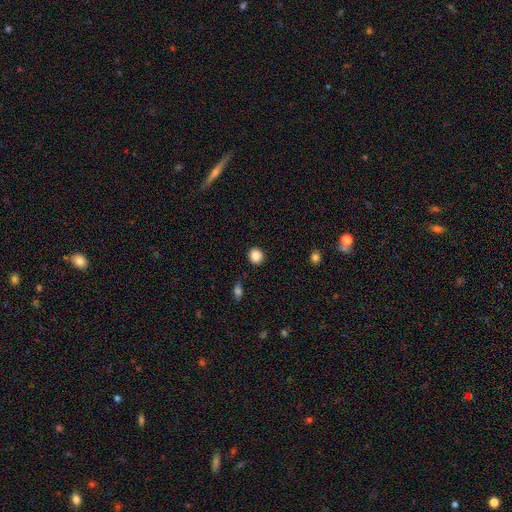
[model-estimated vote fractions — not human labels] Smooth or featured? smooth (87%)
How rounded? round (87%)
Merging? none (89%)